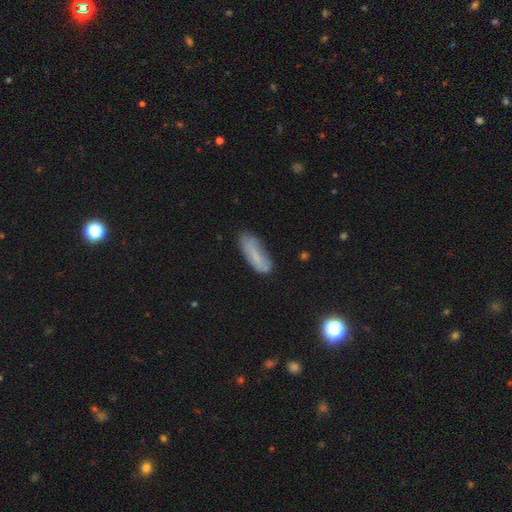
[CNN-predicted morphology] This is likely a smooth galaxy (71%). How rounded: possibly in between (59%). Merging: likely none (63%).